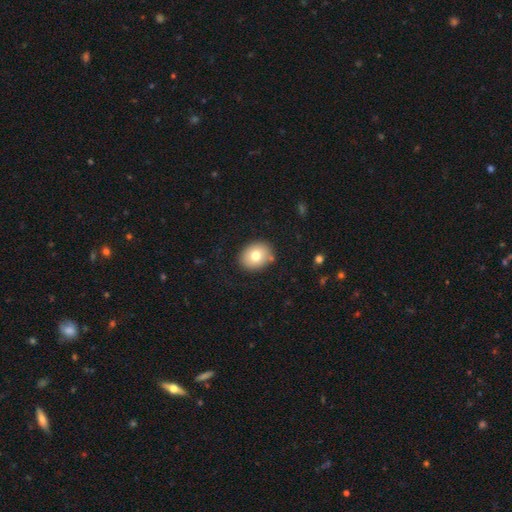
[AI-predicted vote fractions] A smooth galaxy with no disk features (75%) that is round (52%). Merging: none (85%).